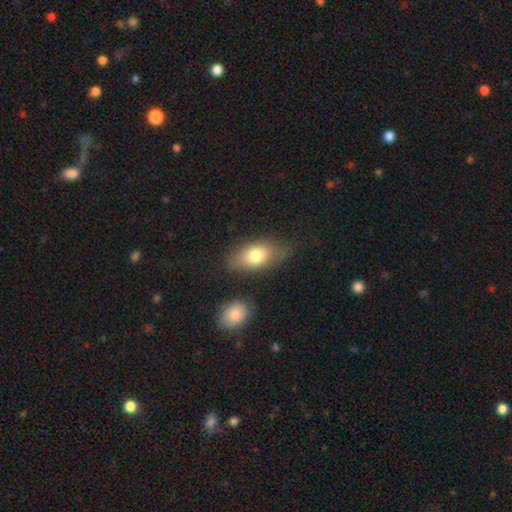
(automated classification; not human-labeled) Morphology: type=smooth (75%); roundness=in between (86%); merging=none (70%).